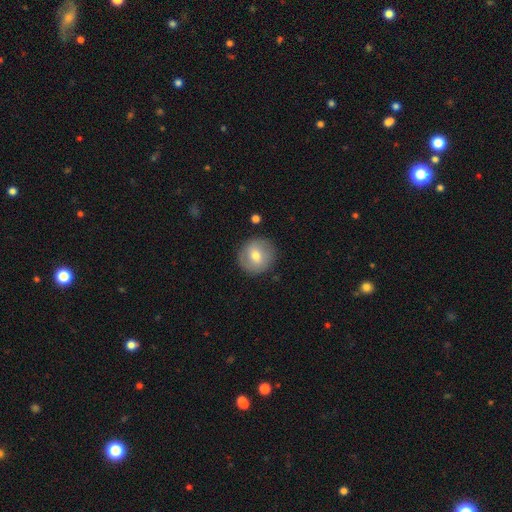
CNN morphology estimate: Overall: smooth (64%; featured or disk 29%). How rounded: round (92%). Merging: none (87%).